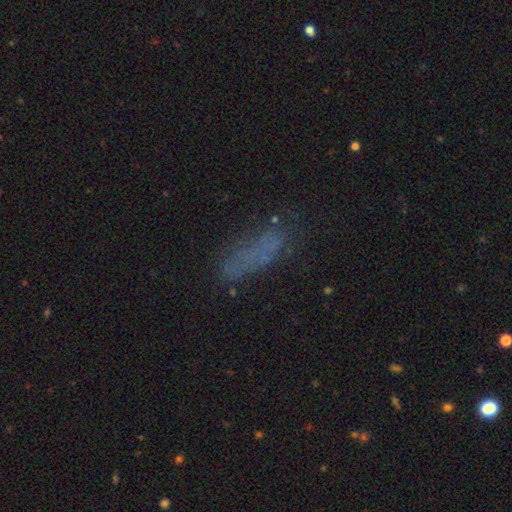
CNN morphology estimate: Smooth or featured? Predicted: smooth (p=0.57). How rounded? Predicted: cigar-shaped (p=0.54). Merging? Predicted: none (p=0.65).